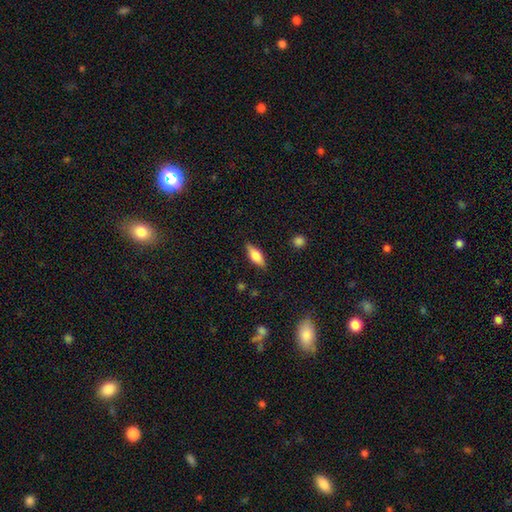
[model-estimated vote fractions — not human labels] Smooth or featured: smooth — 64% (featured or disk — 29%)
How rounded: in between — 69% (cigar-shaped — 28%)
Merging: none — 85% (minor disturbance — 11%)